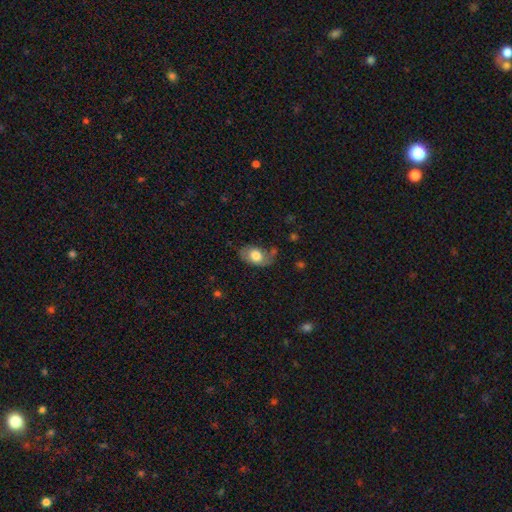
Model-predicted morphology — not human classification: This is likely a smooth galaxy (72%). How rounded: clearly in between (84%). Merging: possibly none (55%).